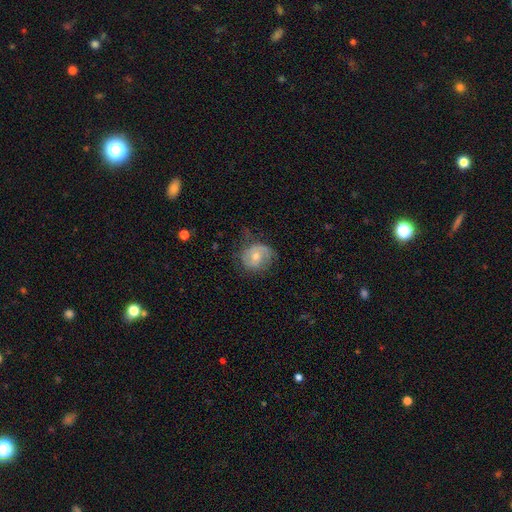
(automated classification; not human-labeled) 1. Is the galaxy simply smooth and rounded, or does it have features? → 55% featured or disk, 38% smooth, 7% star or artifact.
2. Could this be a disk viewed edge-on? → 97% no, 3% yes.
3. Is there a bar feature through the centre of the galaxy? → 70% no, 25% weak, 4% strong.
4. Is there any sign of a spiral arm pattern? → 80% yes, 20% no.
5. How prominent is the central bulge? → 55% moderate, 40% small, 3% large, 2% none, 1% dominant.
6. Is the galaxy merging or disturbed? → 54% none, 29% minor disturbance, 16% major disturbance, 2% merger.